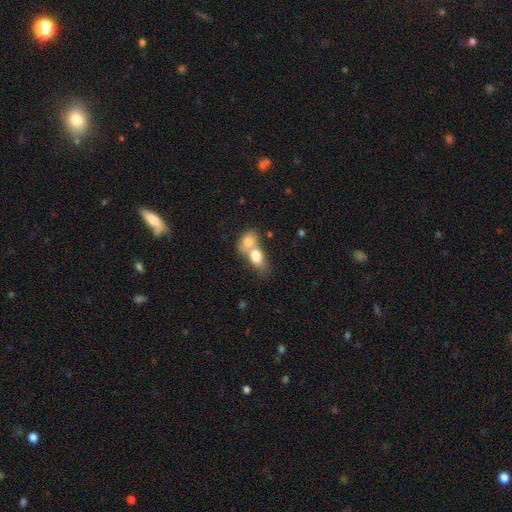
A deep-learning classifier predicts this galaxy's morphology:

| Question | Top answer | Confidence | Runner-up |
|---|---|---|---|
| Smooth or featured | smooth | 76% | featured or disk (17%) |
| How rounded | in between | 79% | round (17%) |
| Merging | merger | 72% | none (17%) |